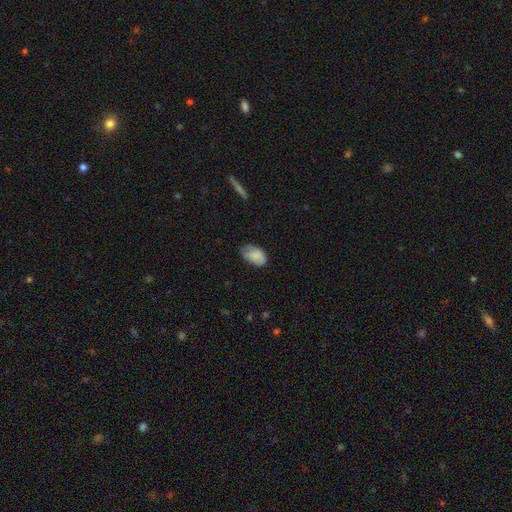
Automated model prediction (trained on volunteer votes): Smooth or featured? Predicted: smooth (p=0.81). How rounded? Predicted: in between (p=0.91). Merging? Predicted: none (p=0.55).